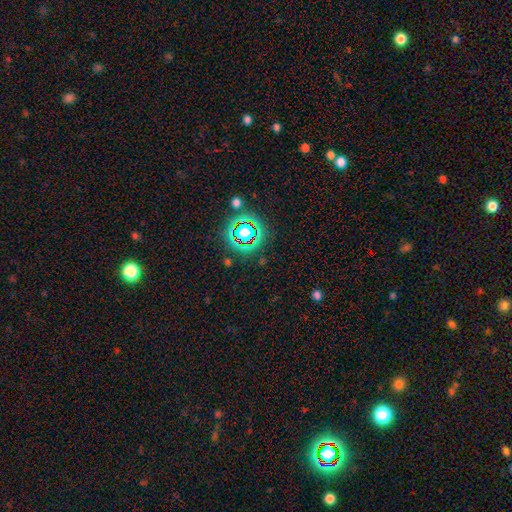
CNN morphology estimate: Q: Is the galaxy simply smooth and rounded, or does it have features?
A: star or artifact — 80%.